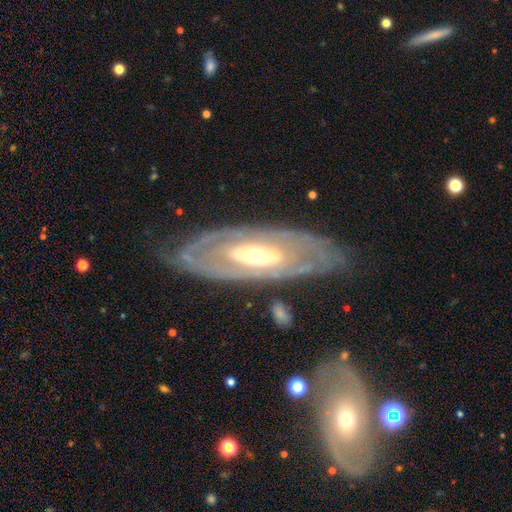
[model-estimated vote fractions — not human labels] smooth_or_featured: featured or disk (p=0.81) [alt: smooth p=0.13]
disk_edge_on: no (p=0.84) [alt: yes p=0.16]
bar: no (p=0.56) [alt: weak p=0.27]
has_spiral_arms: yes (p=0.61) [alt: no p=0.39]
bulge_size: moderate (p=0.56) [alt: small p=0.34]
merging: none (p=0.77) [alt: minor disturbance p=0.14]